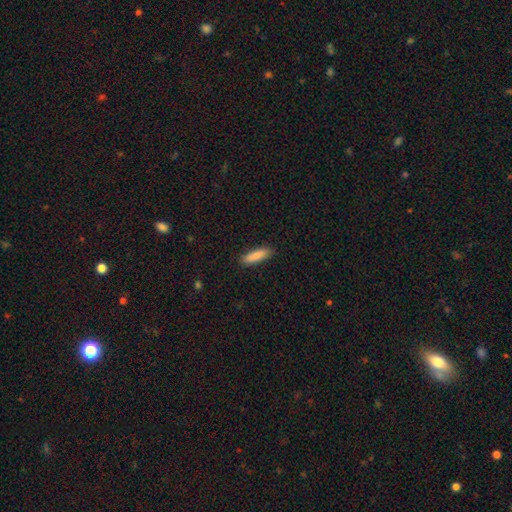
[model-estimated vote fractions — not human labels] Overall: smooth (87%). How rounded: cigar-shaped (68%; in between 30%). Merging: none (88%).